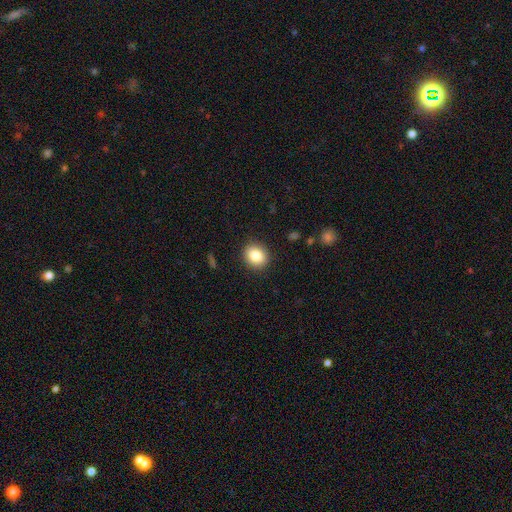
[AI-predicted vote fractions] Morphology: type=smooth (84%); roundness=round (73%); merging=none (90%).